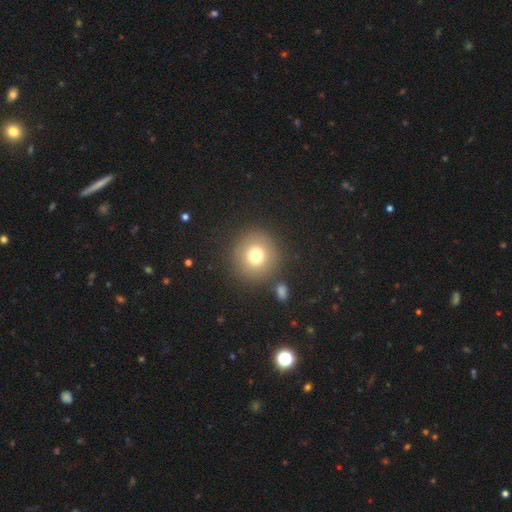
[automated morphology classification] Smooth or featured?
  - smooth: 74% *
  - featured or disk: 13%
  - star or artifact: 13%
How rounded?
  - round: 93% *
  - in between: 6%
  - cigar-shaped: 1%
Merging?
  - none: 83% *
  - minor disturbance: 8%
  - merger: 5%
  - major disturbance: 4%